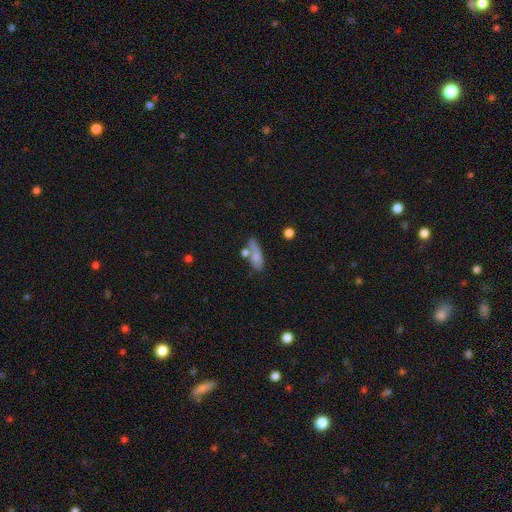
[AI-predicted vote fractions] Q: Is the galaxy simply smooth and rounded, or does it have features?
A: smooth — 73%.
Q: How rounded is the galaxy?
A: in between — 60%.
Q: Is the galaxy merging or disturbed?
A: none — 48%.